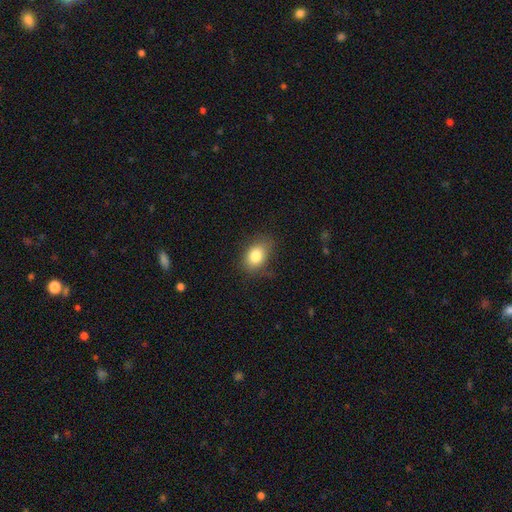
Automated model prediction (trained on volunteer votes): Smooth or featured?
  - smooth: 82% *
  - star or artifact: 9%
  - featured or disk: 9%
How rounded?
  - in between: 74% *
  - round: 25%
  - cigar-shaped: 1%
Merging?
  - none: 73% *
  - minor disturbance: 20%
  - major disturbance: 5%
  - merger: 1%